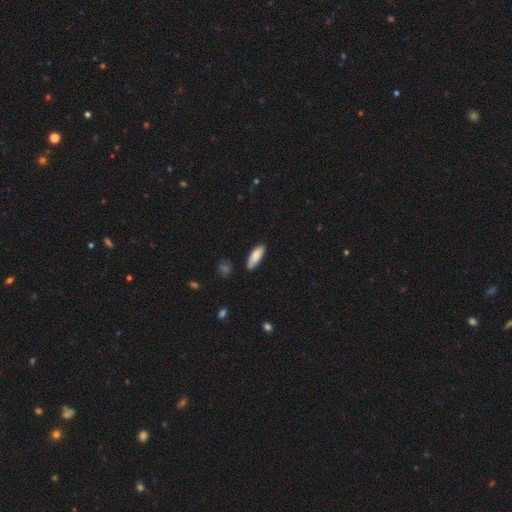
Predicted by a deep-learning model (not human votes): smooth 84%, featured or disk 10%, star or artifact 6%. Down the decision tree: how rounded — in between (56%); merging — none (77%).